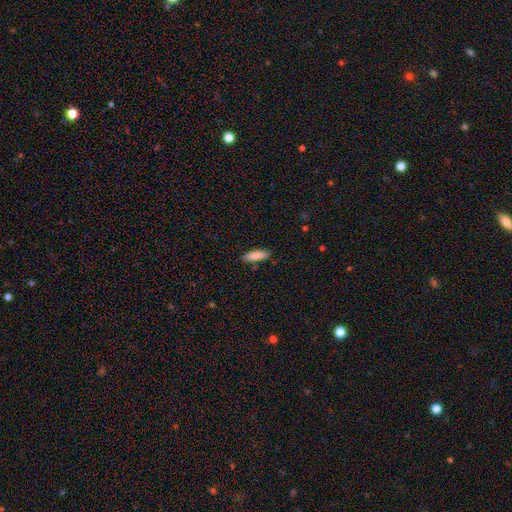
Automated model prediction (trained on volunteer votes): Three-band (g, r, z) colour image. It shows a smooth galaxy with no disk features (87%) that is in between round and cigar-shaped (50%). Merging: none (85%).